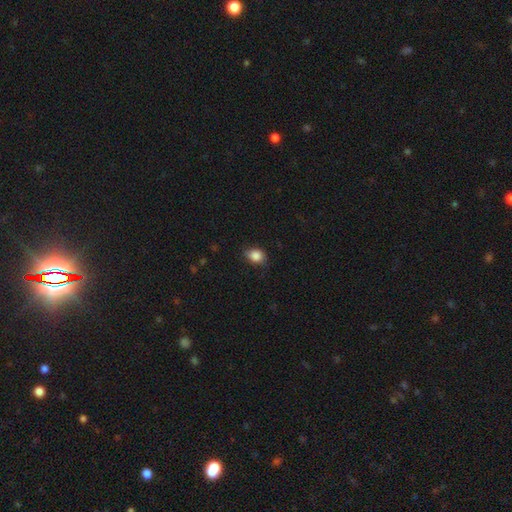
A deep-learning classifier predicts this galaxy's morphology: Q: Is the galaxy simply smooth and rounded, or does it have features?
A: smooth — 87%.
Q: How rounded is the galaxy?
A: in between — 58%.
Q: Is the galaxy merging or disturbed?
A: none — 70%.